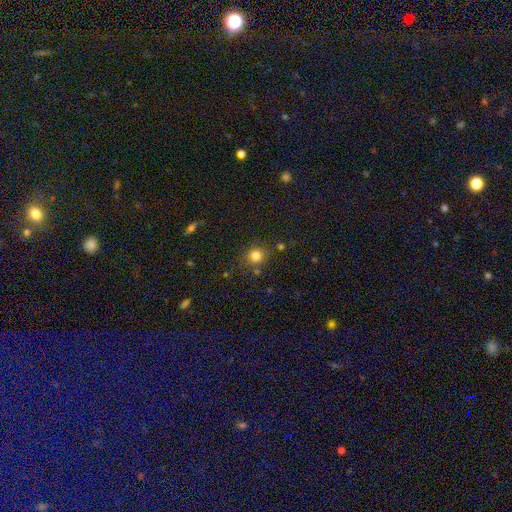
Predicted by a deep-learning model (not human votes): smooth 80%, star or artifact 14%, featured or disk 6%. Down the decision tree: how rounded — round (87%); merging — none (78%).